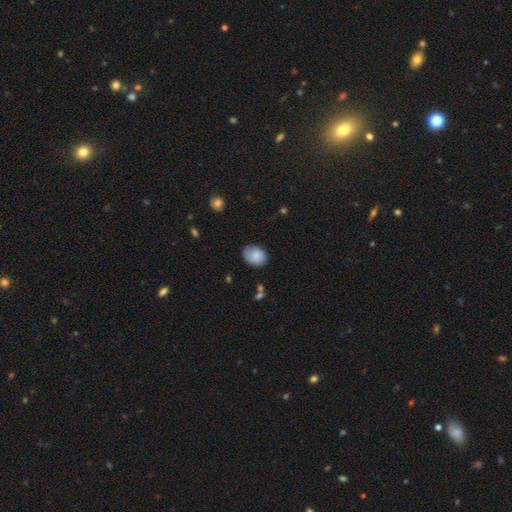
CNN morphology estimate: smooth-or-featured: smooth: 84% | featured or disk: 8% | star or artifact: 7%
  how-rounded: in between: 64% | round: 35% | cigar-shaped: 1%
  merging: none: 70% | minor disturbance: 23% | major disturbance: 5% | merger: 2%